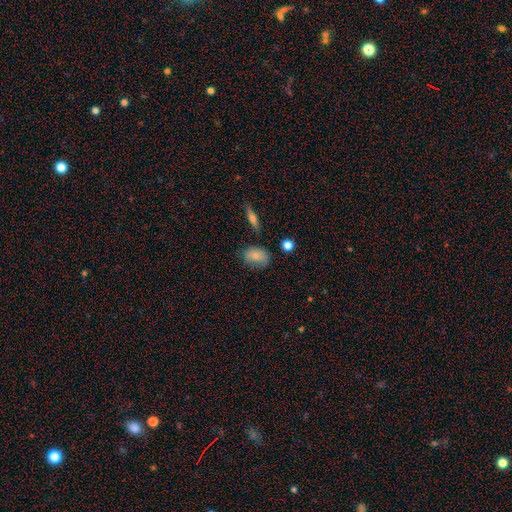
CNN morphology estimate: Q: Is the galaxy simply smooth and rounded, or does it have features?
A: smooth — 81%.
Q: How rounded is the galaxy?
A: in between — 80%.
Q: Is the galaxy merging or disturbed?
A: none — 66%.